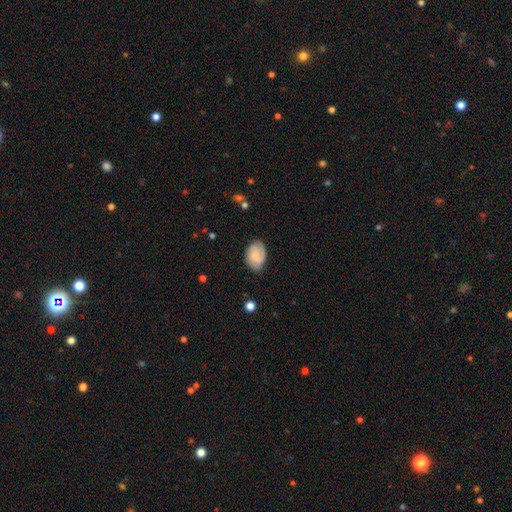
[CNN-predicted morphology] type=smooth (58%); roundness=in between (83%); merging=none (66%).